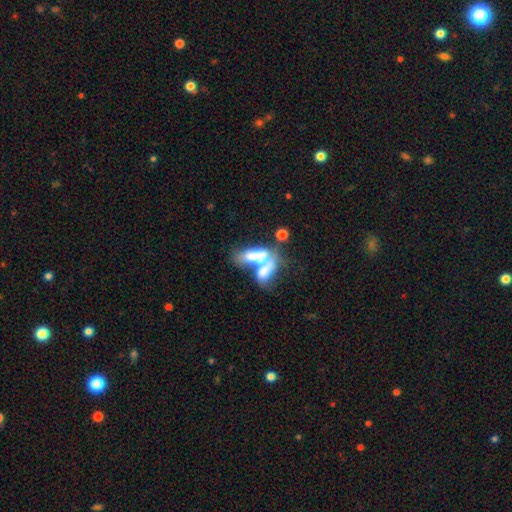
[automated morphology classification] This is likely a smooth galaxy (60%). How rounded: likely in between (70%). Merging: likely merger (71%).